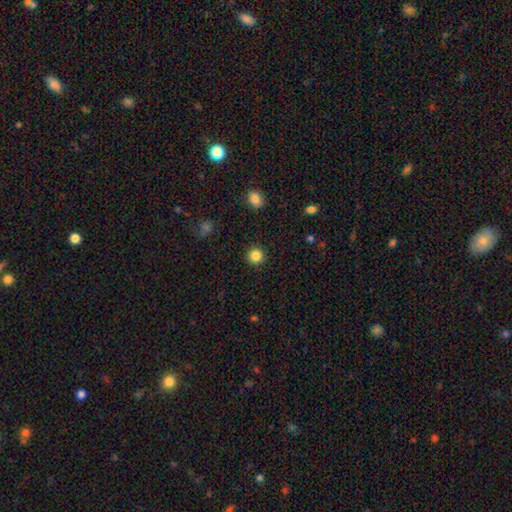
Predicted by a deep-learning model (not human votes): This is clearly a smooth galaxy (85%). How rounded: clearly round (94%). Merging: clearly none (92%).